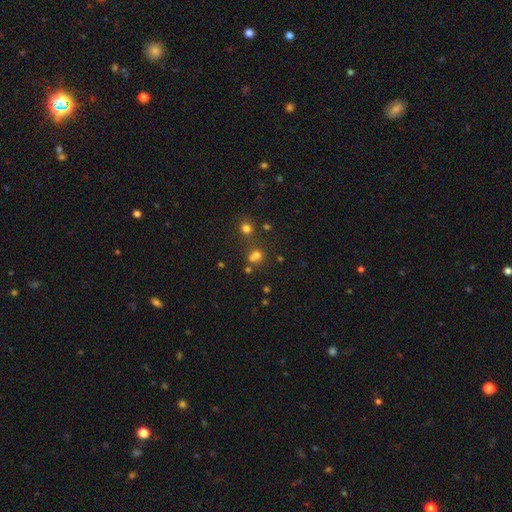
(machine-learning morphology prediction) A smooth galaxy with no disk features (63%) that is round (76%).

Vote fractions:
- Smooth or featured? smooth: 63% / star or artifact: 26% / featured or disk: 11%
- How rounded? round: 76% / in between: 23% / cigar-shaped: 1%
- Merging? none: 49% / merger: 36% / minor disturbance: 10% / major disturbance: 5%